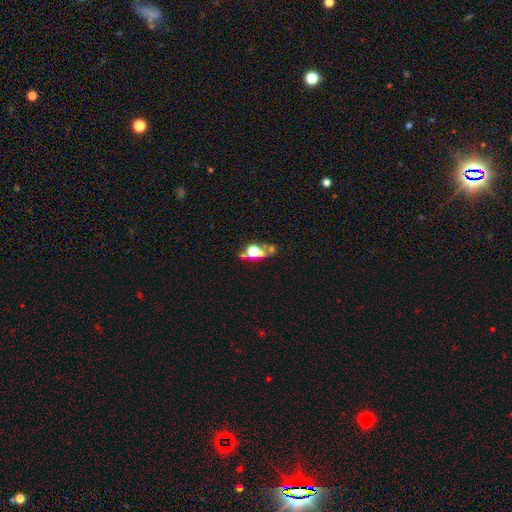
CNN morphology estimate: Overall: smooth (45%; star or artifact 39%). Merging: none (49%; merger 32%).